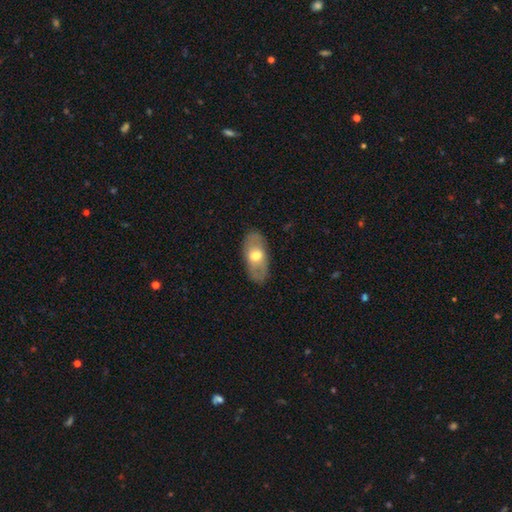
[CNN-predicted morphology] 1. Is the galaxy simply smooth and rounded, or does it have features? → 53% smooth, 41% featured or disk, 6% star or artifact.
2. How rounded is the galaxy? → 89% in between, 6% cigar-shaped, 5% round.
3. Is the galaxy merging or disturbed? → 83% none, 12% minor disturbance, 3% major disturbance, 1% merger.